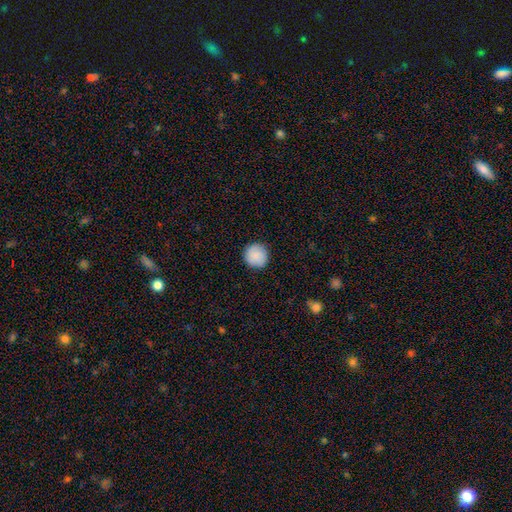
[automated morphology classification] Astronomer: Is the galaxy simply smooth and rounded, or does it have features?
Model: smooth — 88%.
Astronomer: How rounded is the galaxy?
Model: round — 95%.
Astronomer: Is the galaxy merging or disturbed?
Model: none — 90%.